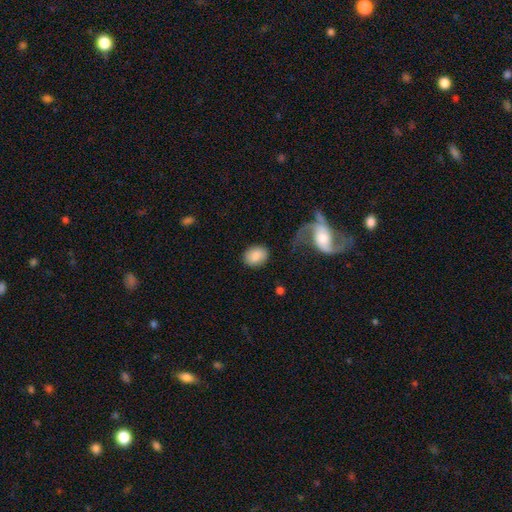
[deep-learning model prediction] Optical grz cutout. It shows a smooth galaxy with no disk features (83%) that is in between round and cigar-shaped (56%). Merging: none (80%).